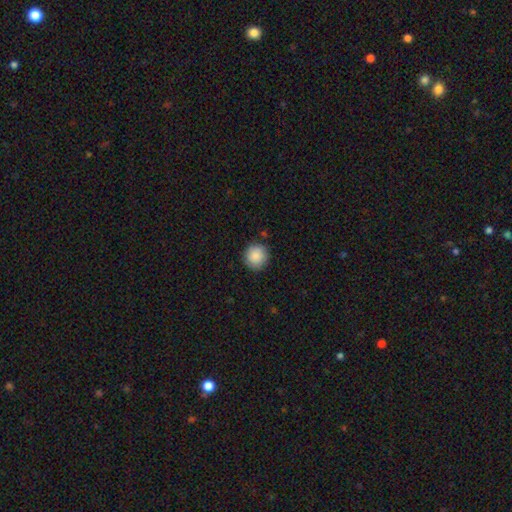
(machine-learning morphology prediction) The model was most divided on "merging": none: 88%, minor disturbance: 9%, major disturbance: 2%, merger: 1%. More confident: how rounded — round (92%); smooth or featured — smooth (89%).